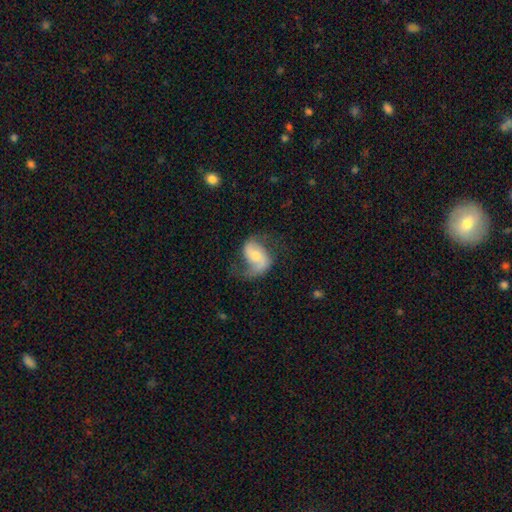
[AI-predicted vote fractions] Smooth or featured? featured or disk (75%)
Edge-on disk? no (97%)
Bar? no (48%)
Spiral arms? yes (92%)
Spiral winding? loose (54%)
Spiral arm count? 2 (77%)
Bulge size? moderate (64%)
Merging? none (53%)